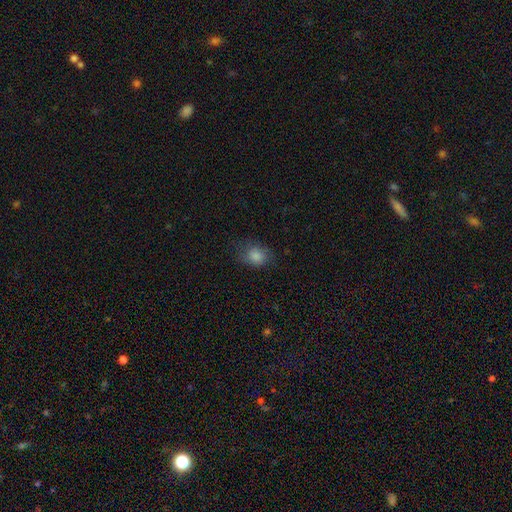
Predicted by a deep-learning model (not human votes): Q: Smooth or featured?
A: smooth (79%); runner-up: star or artifact (12%)
Q: How rounded?
A: in between (51%); runner-up: round (48%)
Q: Merging?
A: none (70%); runner-up: minor disturbance (20%)